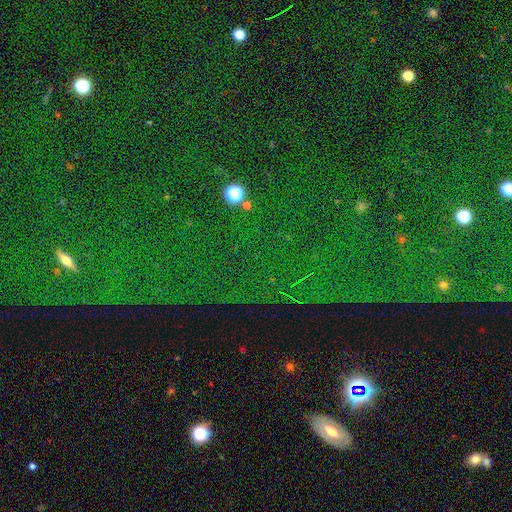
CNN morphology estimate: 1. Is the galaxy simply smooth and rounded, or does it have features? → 81% star or artifact, 10% smooth, 8% featured or disk.